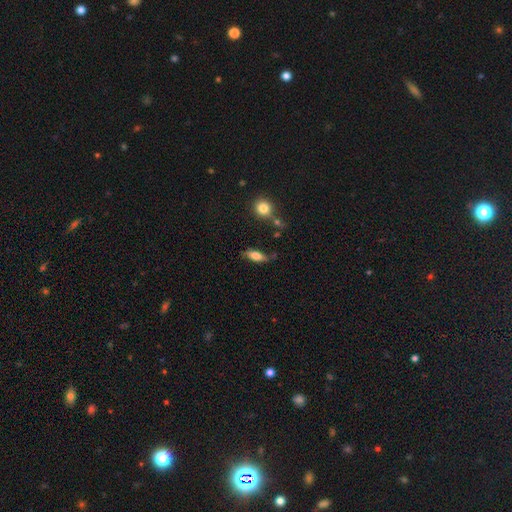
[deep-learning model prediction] A smooth galaxy with no disk features (63%) that is in between round and cigar-shaped (66%).

Vote fractions:
- Smooth or featured? smooth: 63% / featured or disk: 29% / star or artifact: 8%
- How rounded? in between: 66% / cigar-shaped: 30% / round: 4%
- Merging? none: 68% / minor disturbance: 22% / major disturbance: 6% / merger: 4%